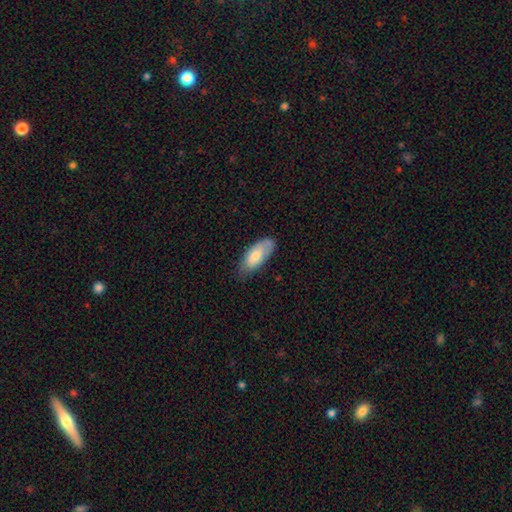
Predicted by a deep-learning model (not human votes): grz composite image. It shows a smooth galaxy with no disk features (69%) that is in between round and cigar-shaped (88%). Merging: none (65%).